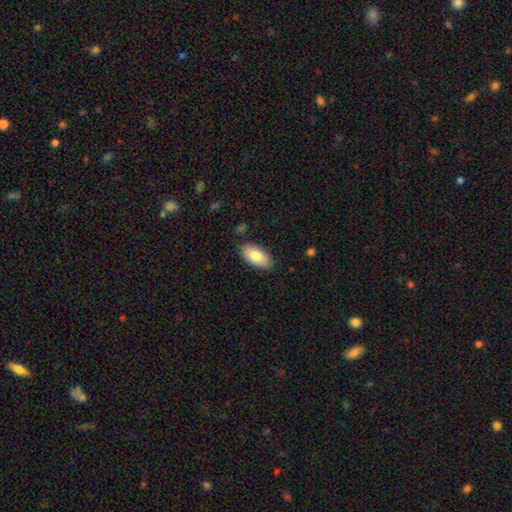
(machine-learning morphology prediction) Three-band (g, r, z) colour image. It shows a smooth galaxy with no disk features (81%) that is in between round and cigar-shaped (93%). Merging: none (85%).